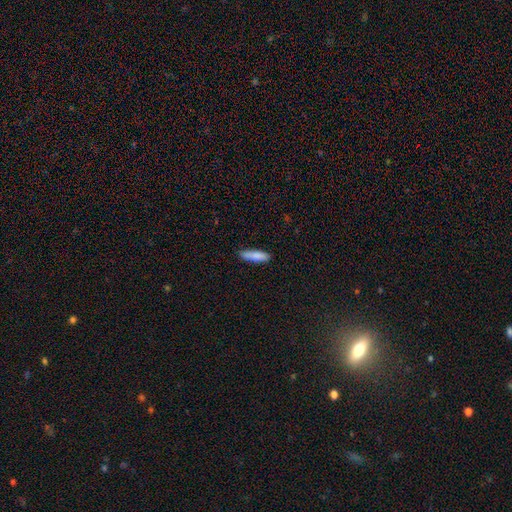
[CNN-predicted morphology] Q: Smooth or featured?
A: smooth (84%); runner-up: featured or disk (10%)
Q: How rounded?
A: cigar-shaped (66%); runner-up: in between (32%)
Q: Merging?
A: none (85%); runner-up: minor disturbance (11%)